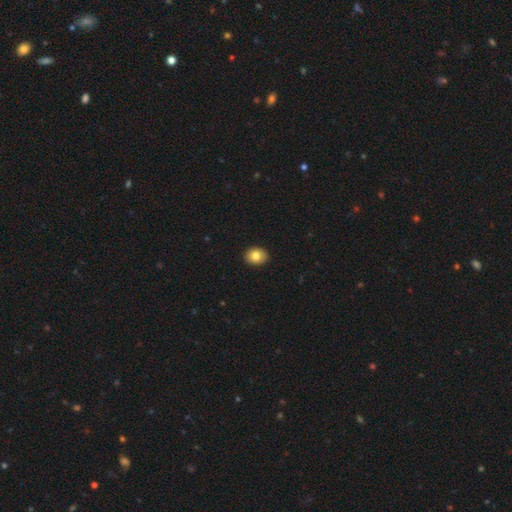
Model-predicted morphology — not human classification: This is clearly a smooth galaxy (82%). How rounded: possibly in between (53%). Merging: clearly none (91%).